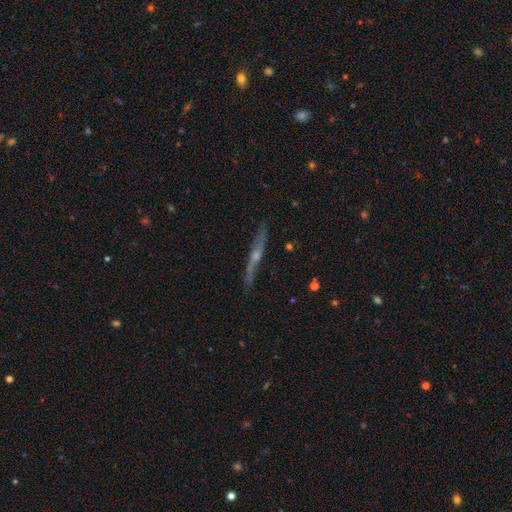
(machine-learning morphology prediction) This appears to be a featured or disk galaxy (70%) viewed edge-on (91%) with a rounded central bulge (70%). Merging: none (78%).